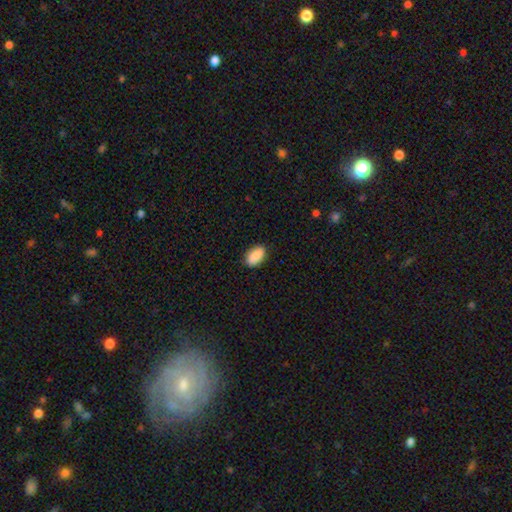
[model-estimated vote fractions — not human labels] This is clearly a smooth galaxy (87%). How rounded: clearly in between (92%). Merging: clearly none (86%).